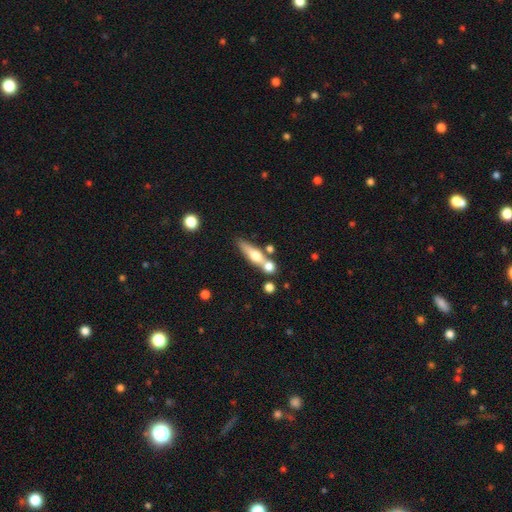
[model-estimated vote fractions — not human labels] smooth 48%, featured or disk 44%, star or artifact 8%. Down the decision tree: merging — none (51%).